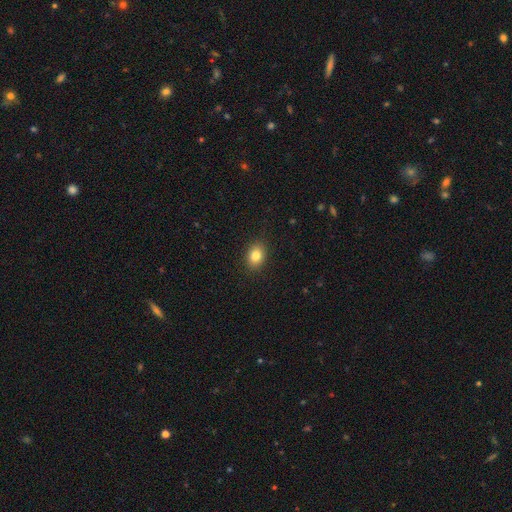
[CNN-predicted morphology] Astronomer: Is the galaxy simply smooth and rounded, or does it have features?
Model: smooth — 82%.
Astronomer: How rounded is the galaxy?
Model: in between — 65%.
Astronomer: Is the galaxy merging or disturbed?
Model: none — 90%.